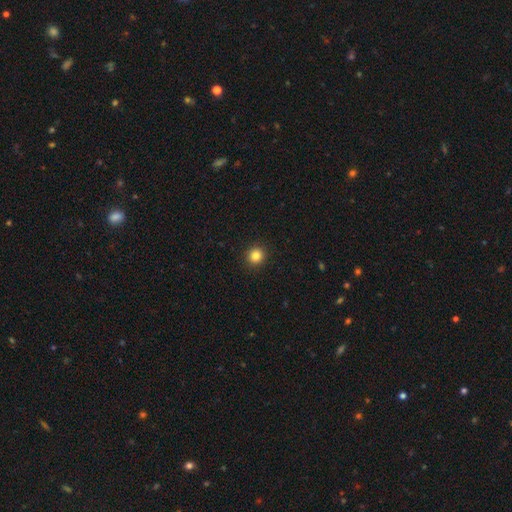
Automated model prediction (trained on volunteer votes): Overall: smooth (83%). How rounded: round (90%). Merging: none (93%).